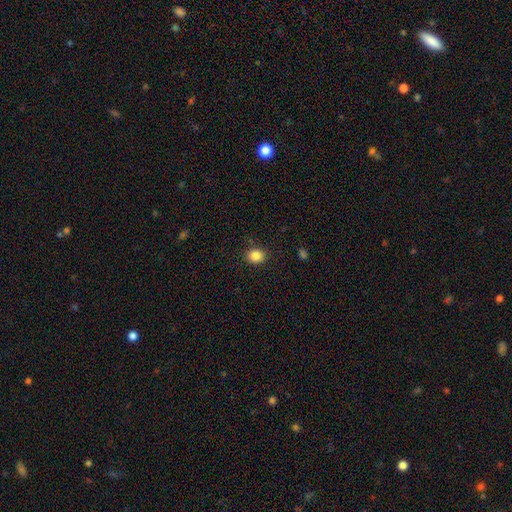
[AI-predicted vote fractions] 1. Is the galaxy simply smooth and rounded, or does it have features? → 86% smooth, 10% star or artifact, 4% featured or disk.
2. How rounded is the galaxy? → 68% round, 31% in between, 1% cigar-shaped.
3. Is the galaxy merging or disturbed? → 89% none, 8% minor disturbance, 2% major disturbance, 1% merger.